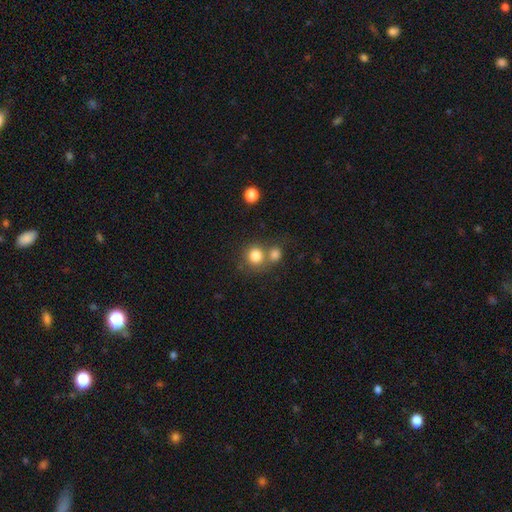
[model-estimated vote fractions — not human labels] A smooth galaxy with no disk features (81%) that is round (87%). Merging: none (53%).